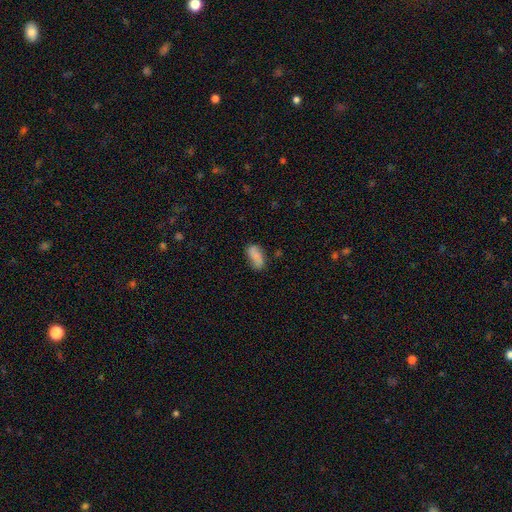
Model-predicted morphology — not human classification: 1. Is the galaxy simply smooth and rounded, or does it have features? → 76% smooth, 15% featured or disk, 8% star or artifact.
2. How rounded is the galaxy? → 88% in between, 9% cigar-shaped, 3% round.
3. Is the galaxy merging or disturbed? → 65% none, 24% minor disturbance, 7% major disturbance, 5% merger.